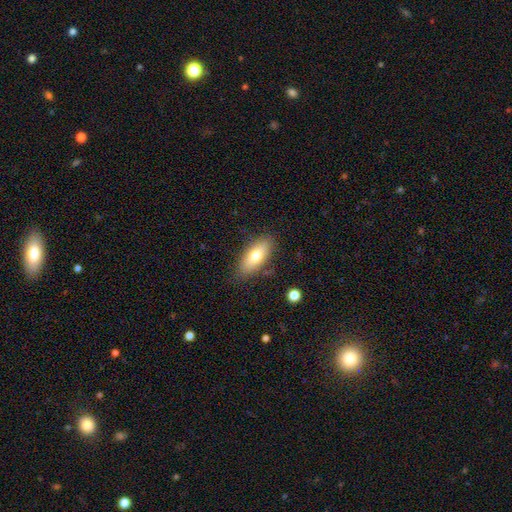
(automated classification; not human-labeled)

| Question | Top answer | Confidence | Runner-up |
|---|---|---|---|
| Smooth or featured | smooth | 73% | featured or disk (20%) |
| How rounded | in between | 80% | cigar-shaped (17%) |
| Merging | none | 81% | minor disturbance (14%) |